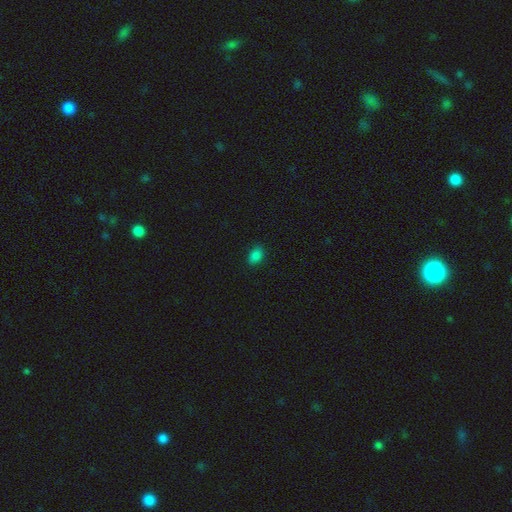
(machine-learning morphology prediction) This is clearly a smooth galaxy (82%). How rounded: clearly in between (81%). Merging: clearly none (86%).